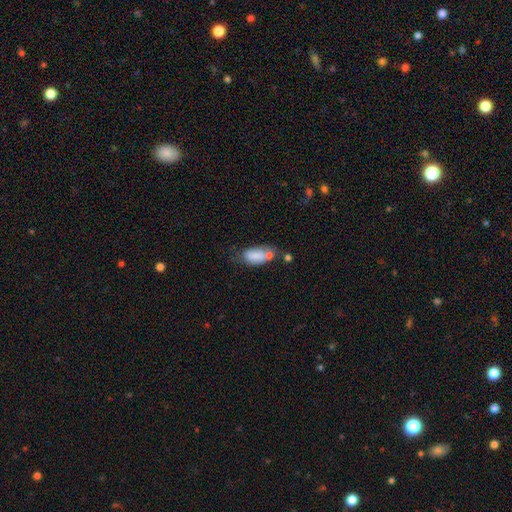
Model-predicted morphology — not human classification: Q: Smooth or featured?
A: smooth (74%); runner-up: featured or disk (17%)
Q: How rounded?
A: in between (88%); runner-up: cigar-shaped (7%)
Q: Merging?
A: none (33%); runner-up: merger (27%)